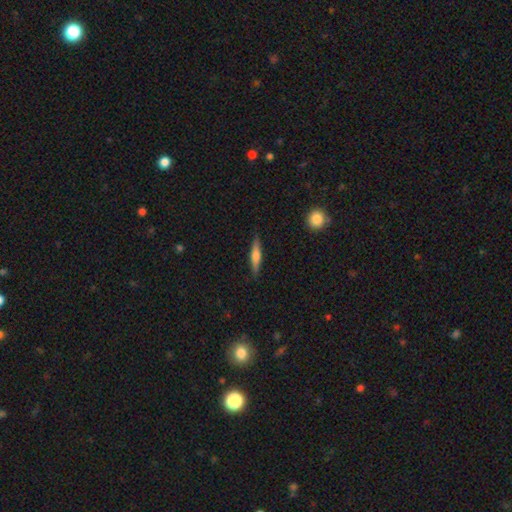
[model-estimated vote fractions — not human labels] Smooth or featured? Predicted: smooth (p=0.51). How rounded? Predicted: cigar-shaped (p=0.85). Merging? Predicted: none (p=0.89).